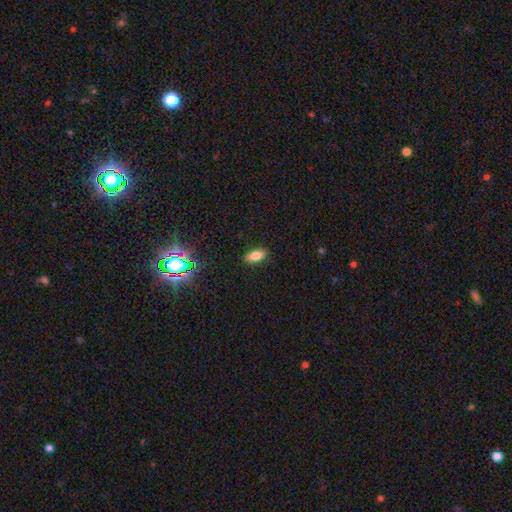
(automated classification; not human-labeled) smooth 78%, star or artifact 11%, featured or disk 11%. Down the decision tree: how rounded — in between (86%); merging — none (88%).